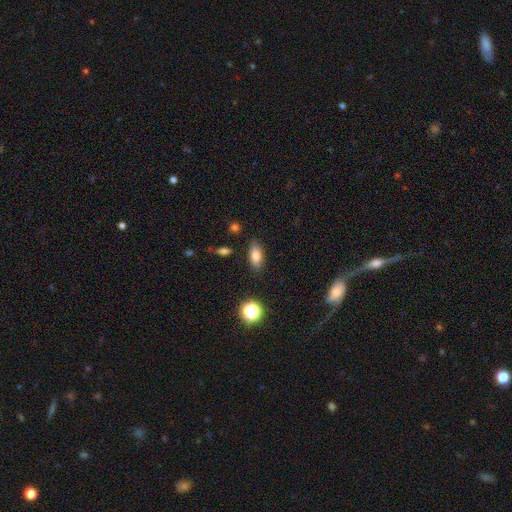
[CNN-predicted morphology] smooth_or_featured: smooth (p=0.80) [alt: featured or disk p=0.10]
how_rounded: in between (p=0.84) [alt: cigar-shaped p=0.10]
merging: none (p=0.85) [alt: minor disturbance p=0.10]